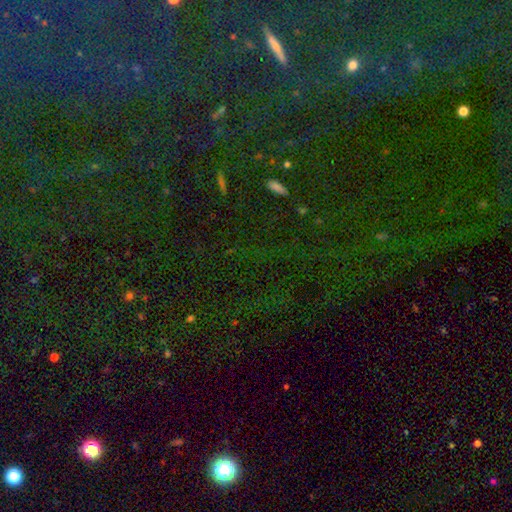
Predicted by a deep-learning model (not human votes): Overall: star or artifact (77%).